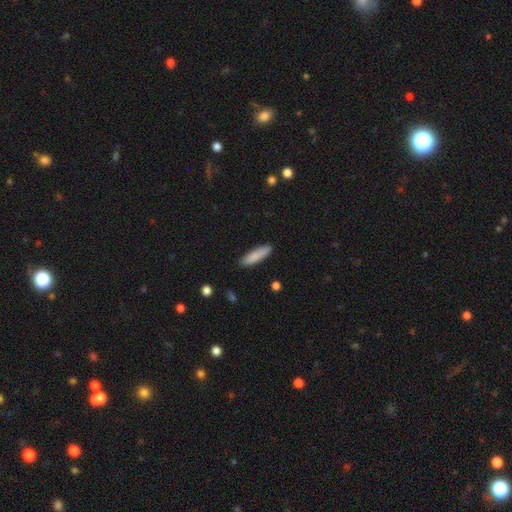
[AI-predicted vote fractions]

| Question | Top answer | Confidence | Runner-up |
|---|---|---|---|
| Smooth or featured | smooth | 84% | featured or disk (10%) |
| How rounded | cigar-shaped | 68% | in between (31%) |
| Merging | none | 86% | minor disturbance (10%) |